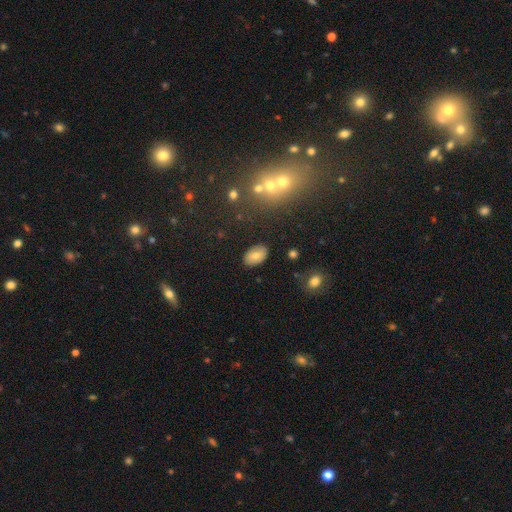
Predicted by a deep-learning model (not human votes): Q: Smooth or featured?
A: smooth (74%); runner-up: featured or disk (16%)
Q: How rounded?
A: in between (90%); runner-up: round (9%)
Q: Merging?
A: none (86%); runner-up: minor disturbance (10%)